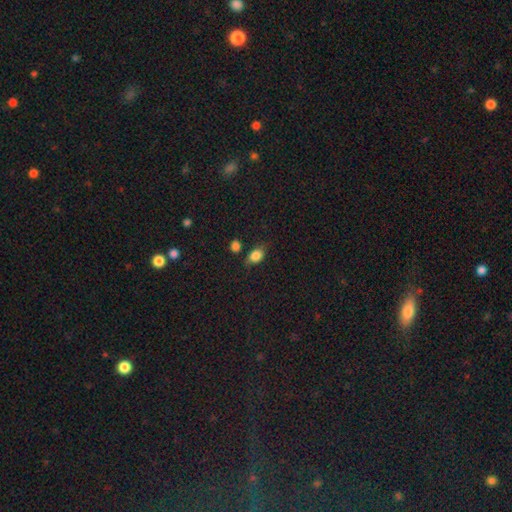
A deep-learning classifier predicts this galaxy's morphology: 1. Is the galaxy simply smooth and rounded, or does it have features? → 83% smooth, 10% star or artifact, 7% featured or disk.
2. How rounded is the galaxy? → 78% in between, 20% round, 2% cigar-shaped.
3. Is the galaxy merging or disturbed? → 69% none, 19% minor disturbance, 6% merger, 5% major disturbance.